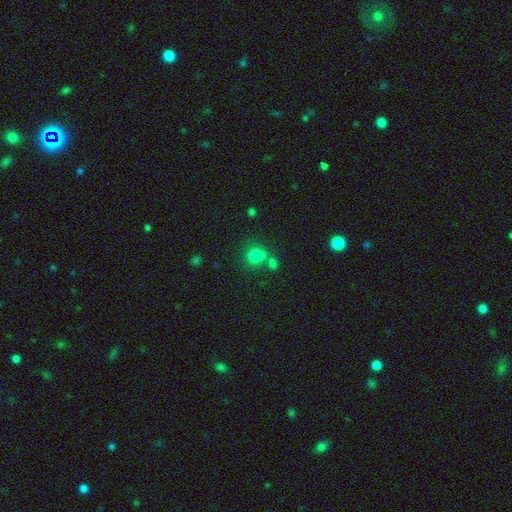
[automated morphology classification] Smooth or featured: smooth — 78% (star or artifact — 14%)
How rounded: round — 60% (in between — 39%)
Merging: none — 47% (merger — 32%)